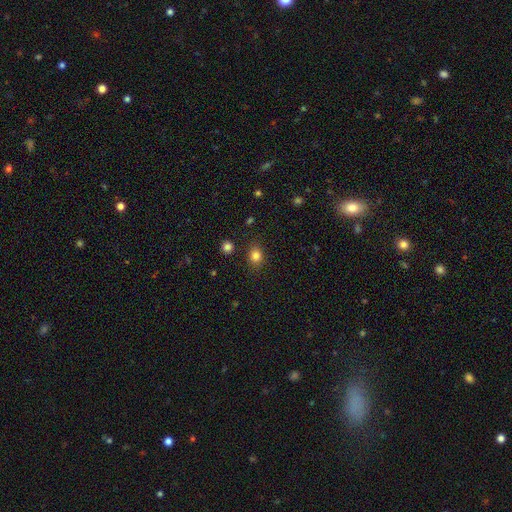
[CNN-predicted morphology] Smooth or featured?
  - smooth: 83% *
  - star or artifact: 12%
  - featured or disk: 5%
How rounded?
  - round: 59% *
  - in between: 40%
  - cigar-shaped: 1%
Merging?
  - none: 85% *
  - minor disturbance: 10%
  - major disturbance: 3%
  - merger: 2%